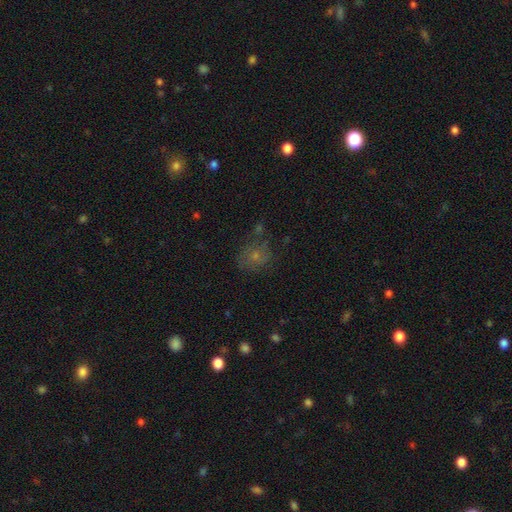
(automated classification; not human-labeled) smooth 62%, featured or disk 20%, star or artifact 18%. Down the decision tree: how rounded — round (69%); merging — none (57%).